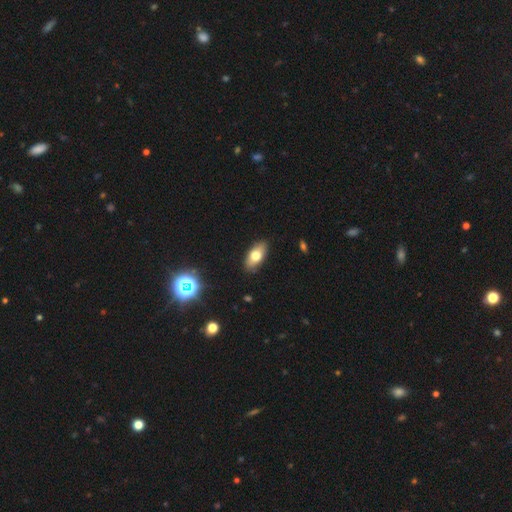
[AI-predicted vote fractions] Morphology: type=smooth (72%); roundness=in between (89%); merging=none (87%).